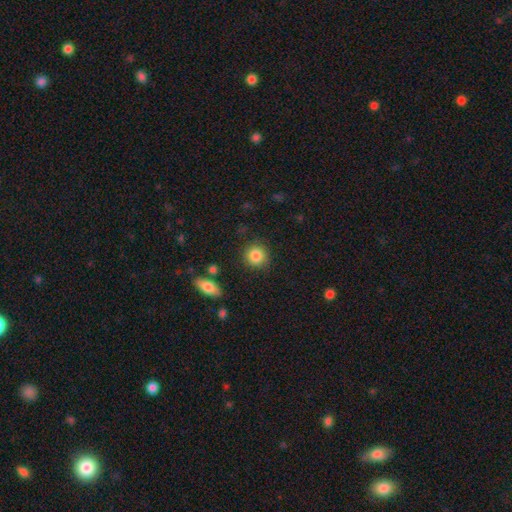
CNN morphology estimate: A smooth galaxy with no disk features (85%) that is round (87%). Merging: none (84%).